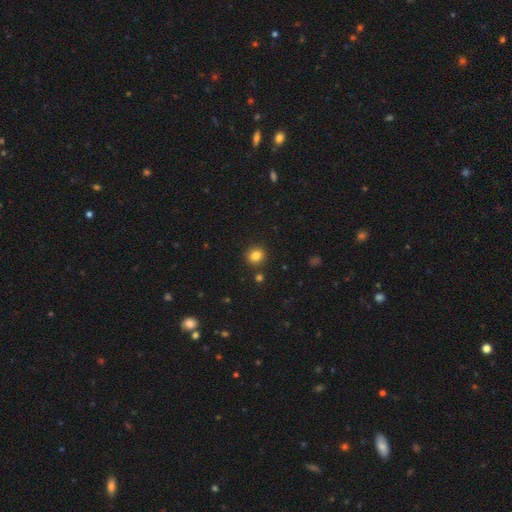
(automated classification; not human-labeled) This is clearly a smooth galaxy (83%). How rounded: clearly round (86%). Merging: clearly none (89%).